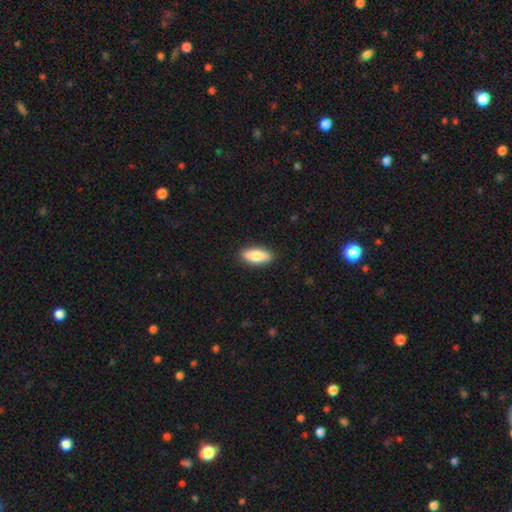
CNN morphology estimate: smooth 79%, featured or disk 15%, star or artifact 6%. Down the decision tree: how rounded — in between (75%); merging — none (89%).